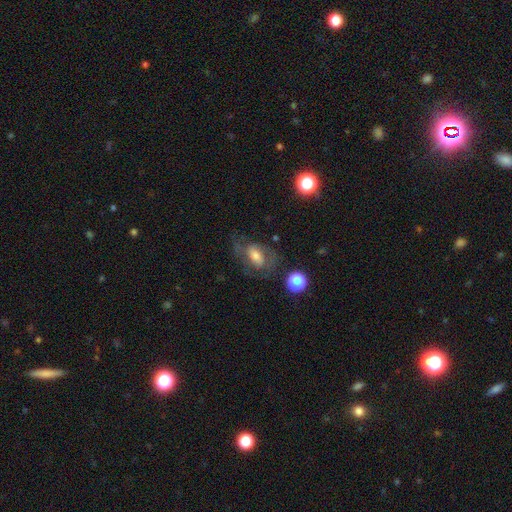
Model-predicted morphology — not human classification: type=featured or disk (49%); merging=none (53%).